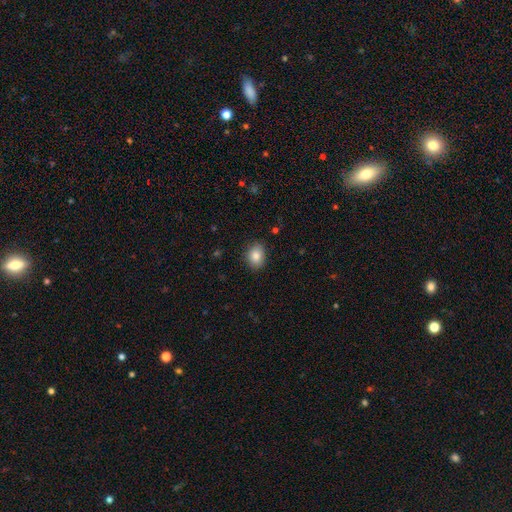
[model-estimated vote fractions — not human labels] This appears to be a smooth galaxy with no disk features (86%) that is in between round and cigar-shaped (61%). Merging: none (85%).